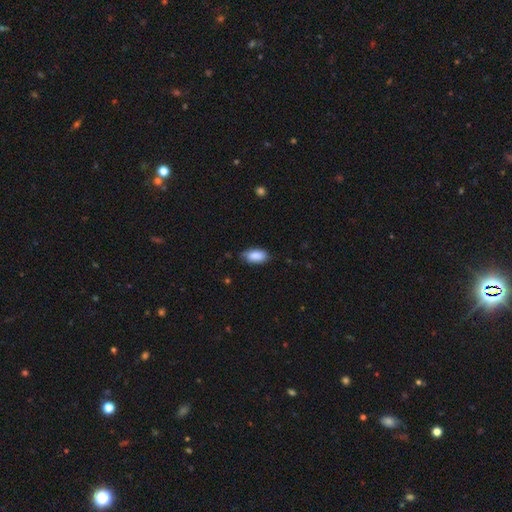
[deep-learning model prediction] Overall: smooth (87%). How rounded: in between (91%). Merging: none (76%).